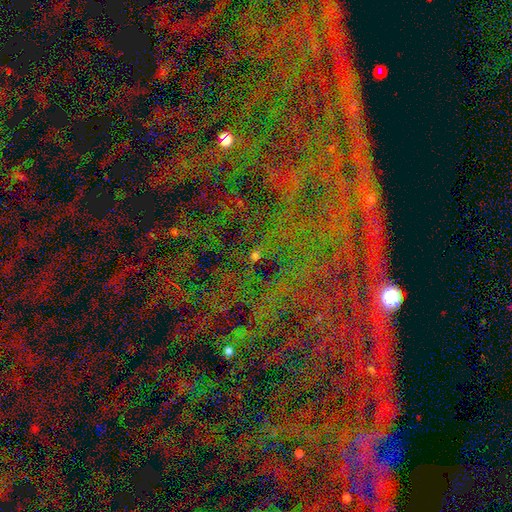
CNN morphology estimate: star or artifact 80%, smooth 11%, featured or disk 9%.